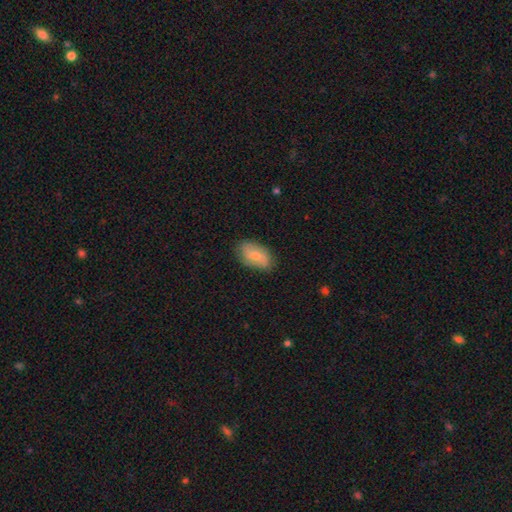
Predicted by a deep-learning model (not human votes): smooth-or-featured: smooth: 61% | featured or disk: 32% | star or artifact: 7%
  how-rounded: in between: 92% | round: 5% | cigar-shaped: 3%
  merging: none: 77% | minor disturbance: 18% | major disturbance: 4% | merger: 1%